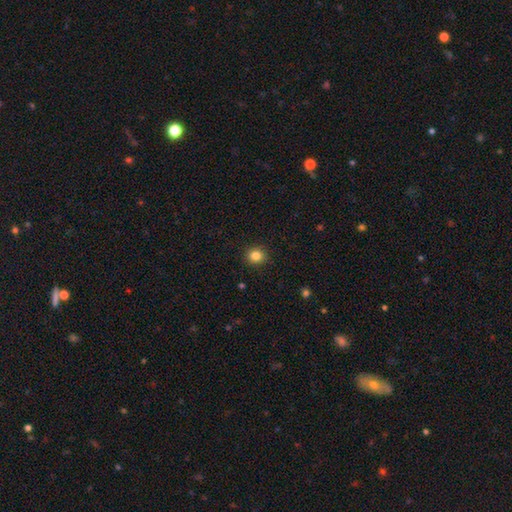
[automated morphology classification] smooth 84%, star or artifact 12%, featured or disk 5%. Down the decision tree: how rounded — round (88%); merging — none (91%).